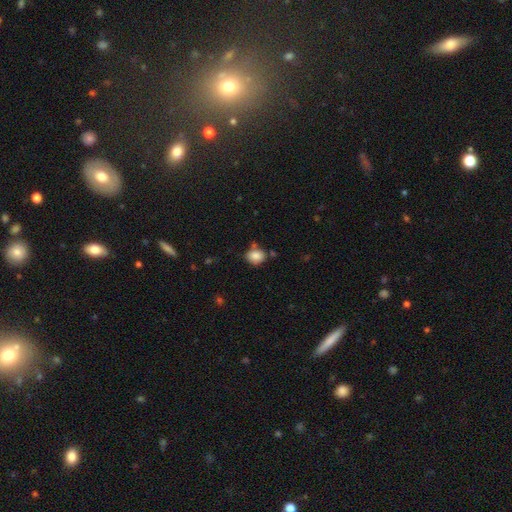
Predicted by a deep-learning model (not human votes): Smooth or featured? Predicted: smooth (p=0.84). How rounded? Predicted: round (p=0.62). Merging? Predicted: none (p=0.69).